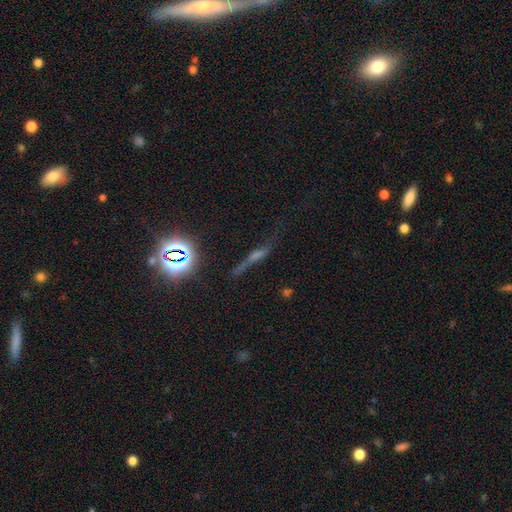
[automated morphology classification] A featured or disk galaxy (42%). Merging: none (64%).